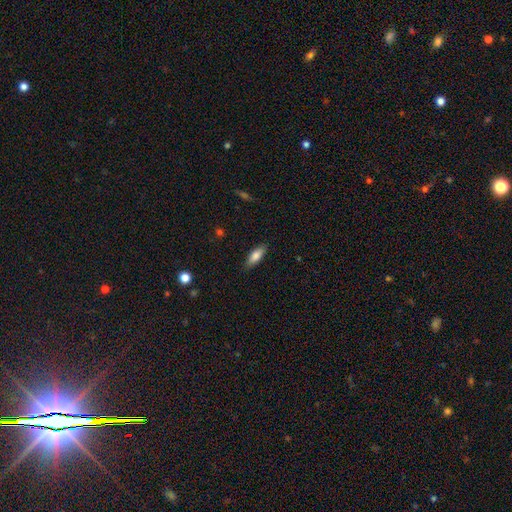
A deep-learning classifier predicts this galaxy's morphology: Overall: smooth (79%). How rounded: in between (66%; cigar-shaped 32%). Merging: none (85%).